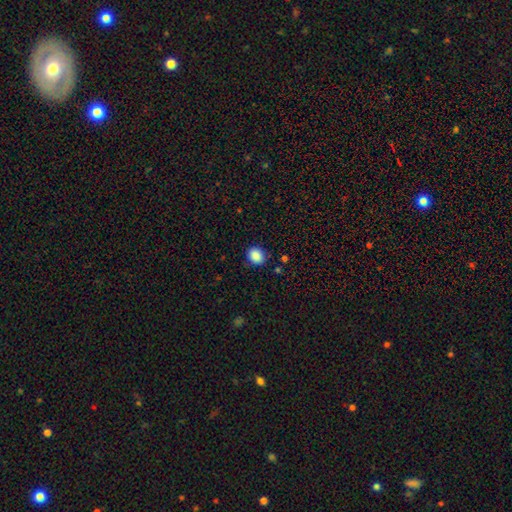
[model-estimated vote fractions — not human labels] Smooth or featured? Predicted: smooth (p=0.88). How rounded? Predicted: round (p=0.62). Merging? Predicted: none (p=0.85).